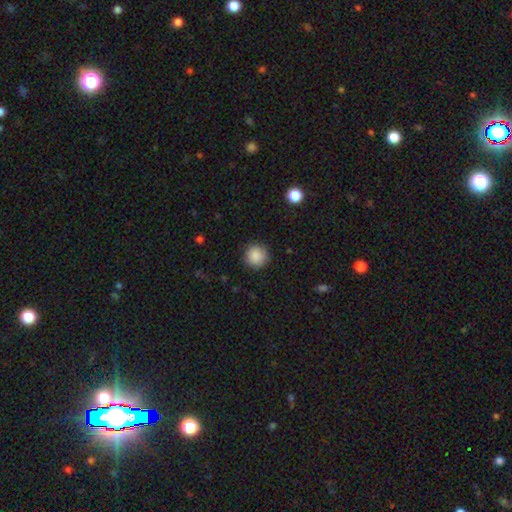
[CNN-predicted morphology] This appears to be a smooth galaxy with no disk features (88%) that is round (95%). Merging: none (89%).